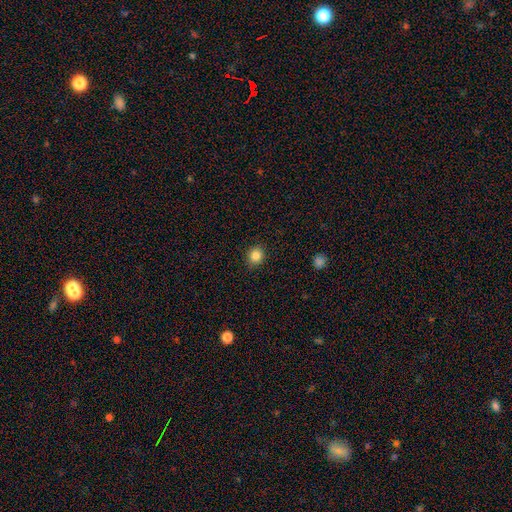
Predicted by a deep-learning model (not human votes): A smooth galaxy with no disk features (84%) that is round (76%). Merging: none (89%).